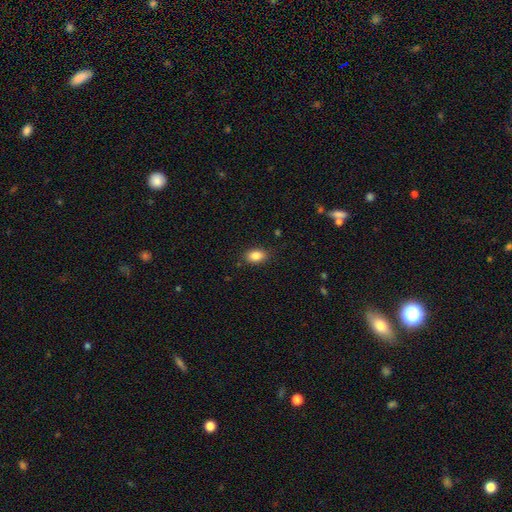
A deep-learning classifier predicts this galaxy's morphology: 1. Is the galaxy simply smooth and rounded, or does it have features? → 86% smooth, 8% star or artifact, 6% featured or disk.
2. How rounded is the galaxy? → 86% in between, 12% round, 2% cigar-shaped.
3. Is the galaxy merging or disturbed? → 85% none, 11% minor disturbance, 3% major disturbance, 1% merger.